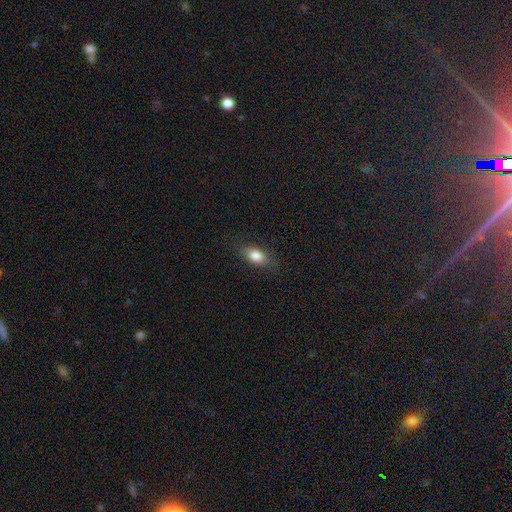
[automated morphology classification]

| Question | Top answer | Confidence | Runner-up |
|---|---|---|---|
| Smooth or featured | smooth | 81% | featured or disk (11%) |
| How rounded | in between | 84% | round (8%) |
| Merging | none | 81% | minor disturbance (14%) |